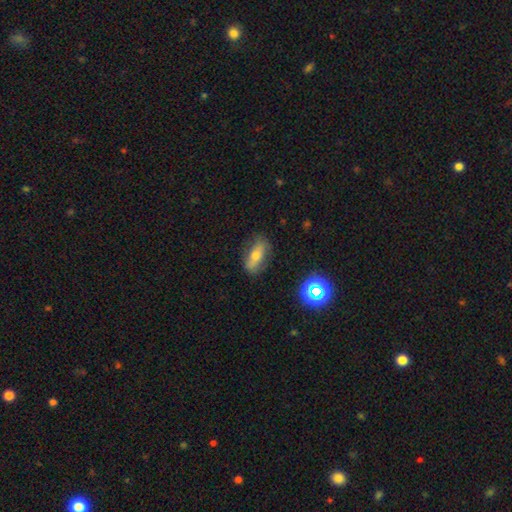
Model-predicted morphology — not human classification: The model was most divided on "smooth or featured": smooth: 56%, featured or disk: 33%, star or artifact: 11%. More confident: merging — none (78%); how rounded — in between (69%).